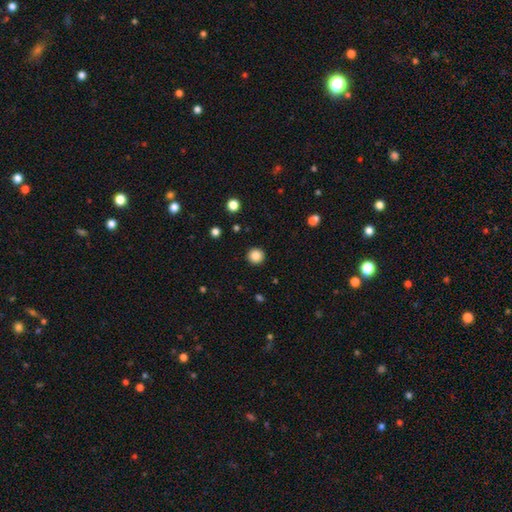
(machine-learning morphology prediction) The model was most divided on "smooth or featured": smooth: 86%, star or artifact: 11%, featured or disk: 3%. More confident: how rounded — round (95%); merging — none (92%).